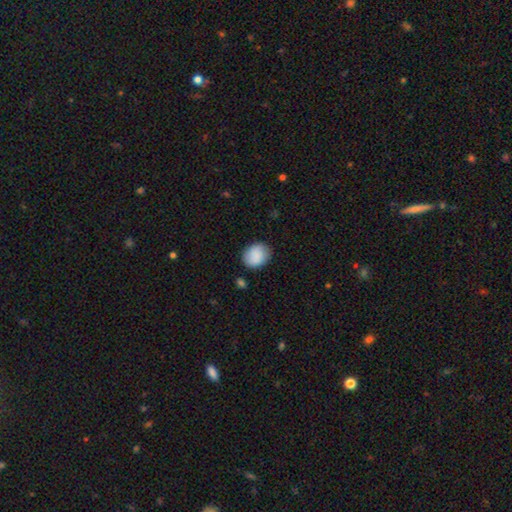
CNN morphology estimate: smooth-or-featured: smooth: 87% | star or artifact: 7% | featured or disk: 6%
  how-rounded: round: 56% | in between: 43% | cigar-shaped: 1%
  merging: none: 82% | minor disturbance: 13% | major disturbance: 3% | merger: 2%